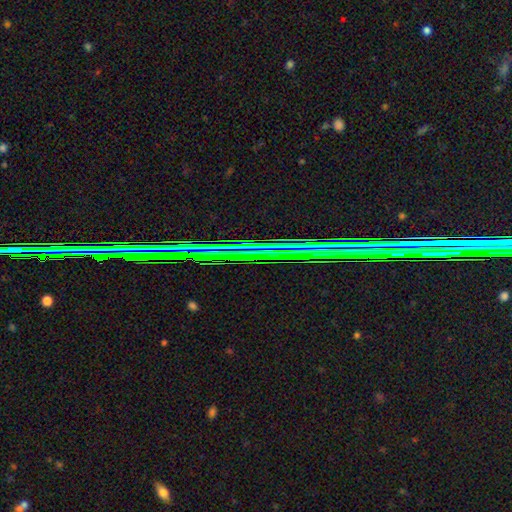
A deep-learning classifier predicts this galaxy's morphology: The model was most divided on "smooth or featured": star or artifact: 83%, featured or disk: 9%, smooth: 8%.